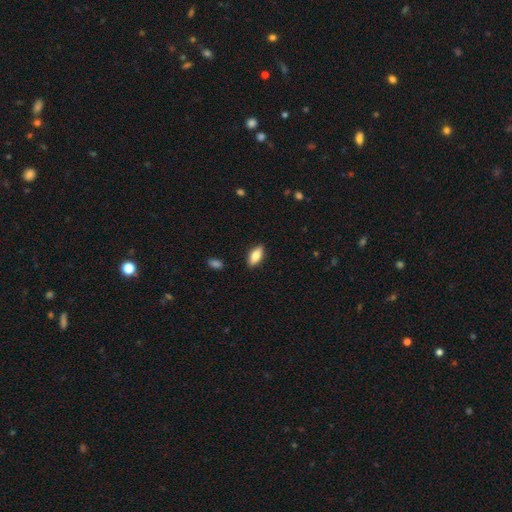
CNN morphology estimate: Overall: smooth (79%). How rounded: in between (86%). Merging: none (88%).